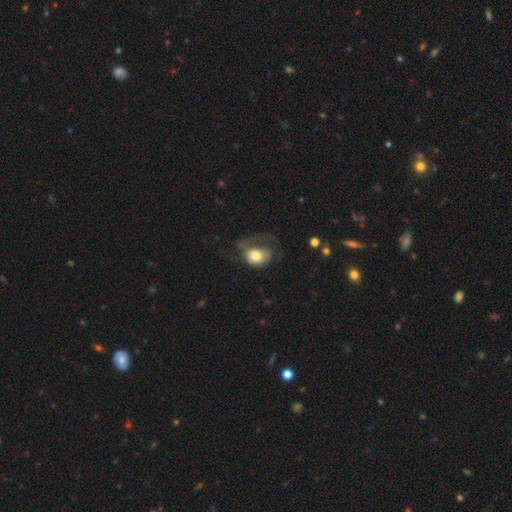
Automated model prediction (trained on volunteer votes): Smooth or featured?
  - smooth: 61% *
  - featured or disk: 32%
  - star or artifact: 7%
How rounded?
  - in between: 56% *
  - round: 43%
  - cigar-shaped: 1%
Merging?
  - major disturbance: 54% *
  - none: 23%
  - minor disturbance: 20%
  - merger: 2%